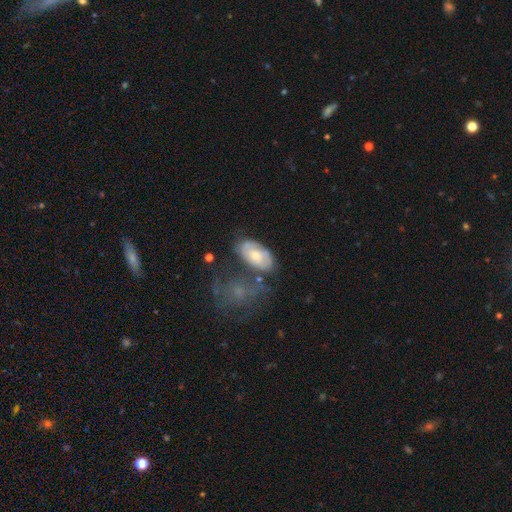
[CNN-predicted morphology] Smooth or featured? Predicted: featured or disk (p=0.49). Merging? Predicted: none (p=0.50).